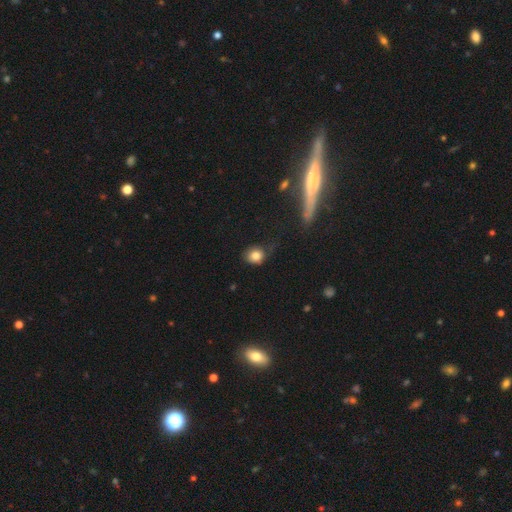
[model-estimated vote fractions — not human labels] smooth-or-featured: smooth: 81% | star or artifact: 10% | featured or disk: 9%
  how-rounded: round: 69% | in between: 29% | cigar-shaped: 1%
  merging: none: 56% | minor disturbance: 29% | major disturbance: 12% | merger: 3%